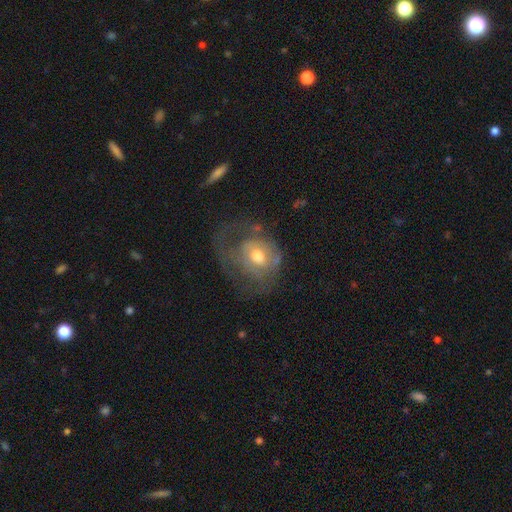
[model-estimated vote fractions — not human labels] smooth_or_featured: featured or disk (p=0.56) [alt: smooth p=0.35]
disk_edge_on: no (p=0.96) [alt: yes p=0.04]
bar: no (p=0.75) [alt: weak p=0.21]
has_spiral_arms: yes (p=0.50) [tied with: no p=0.50]
bulge_size: moderate (p=0.68) [alt: small p=0.21]
merging: major disturbance (p=0.43) [alt: none p=0.32]